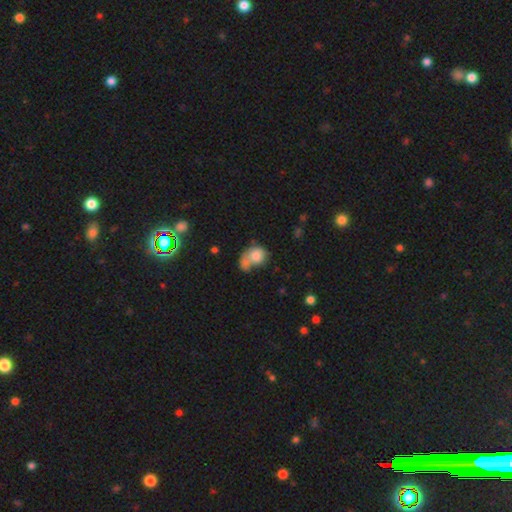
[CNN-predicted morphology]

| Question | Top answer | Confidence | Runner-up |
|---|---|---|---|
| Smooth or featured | smooth | 75% | featured or disk (16%) |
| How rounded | in between | 52% | round (46%) |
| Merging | merger | 47% | none (23%) |